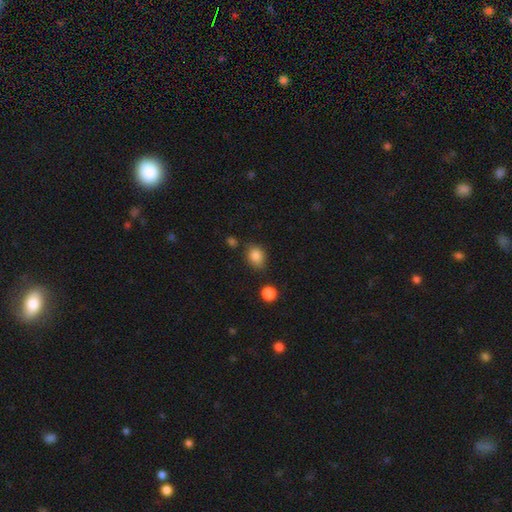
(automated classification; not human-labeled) Overall: smooth (84%). How rounded: in between (53%; round 46%). Merging: none (74%).